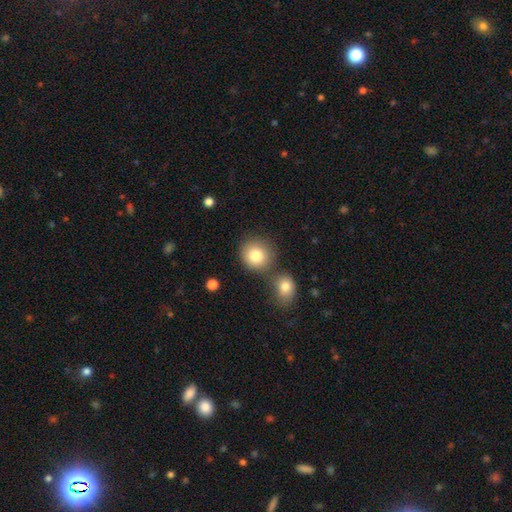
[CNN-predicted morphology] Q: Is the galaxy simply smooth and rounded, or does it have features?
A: smooth — 82%.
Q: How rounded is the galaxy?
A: round — 87%.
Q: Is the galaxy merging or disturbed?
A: none — 63%.